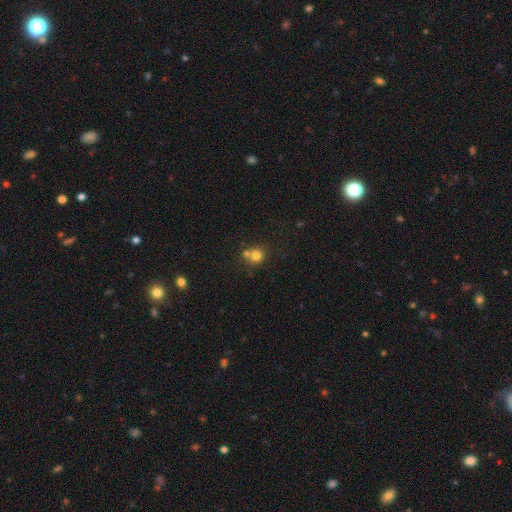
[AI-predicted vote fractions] Smooth or featured: smooth — 76% (star or artifact — 13%)
How rounded: round — 87% (in between — 12%)
Merging: none — 51% (merger — 38%)